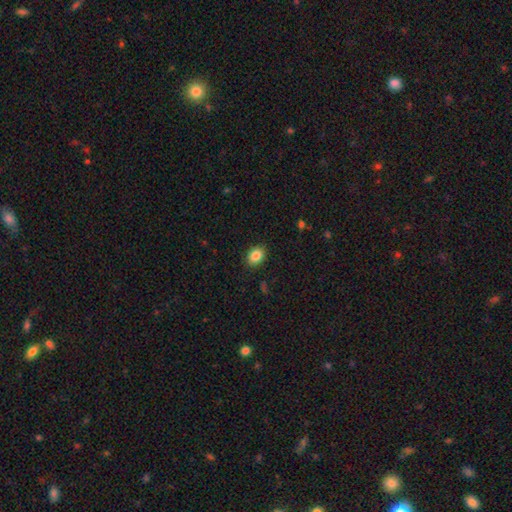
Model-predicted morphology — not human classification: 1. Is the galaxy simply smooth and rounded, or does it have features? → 86% smooth, 9% star or artifact, 5% featured or disk.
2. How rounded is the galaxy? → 68% in between, 31% round, 1% cigar-shaped.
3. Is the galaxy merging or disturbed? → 89% none, 8% minor disturbance, 2% major disturbance, 1% merger.